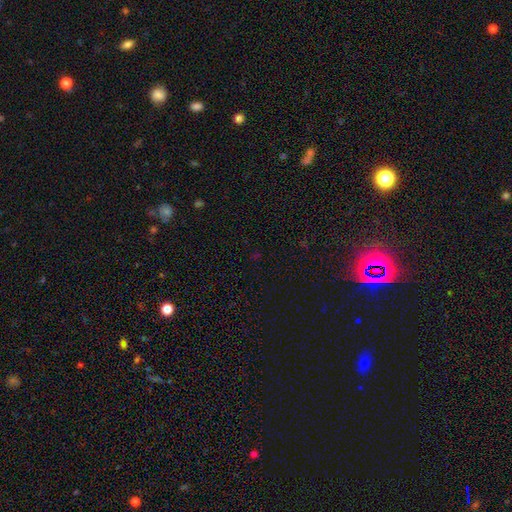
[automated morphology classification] type=star or artifact (70%).